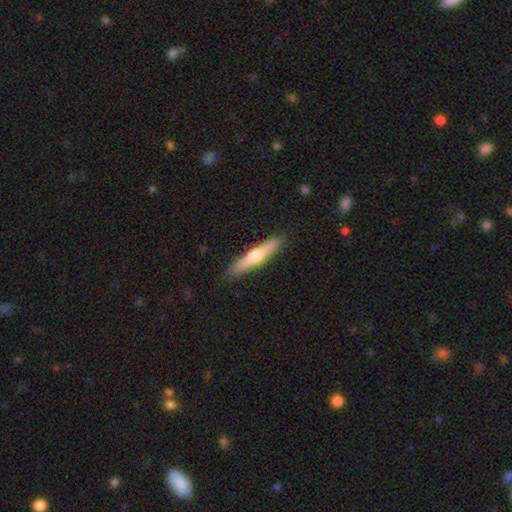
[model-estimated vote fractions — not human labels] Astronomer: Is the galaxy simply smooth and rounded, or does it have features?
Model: smooth — 53% (runner-up: featured or disk, 42%).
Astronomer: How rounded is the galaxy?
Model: cigar-shaped — 89%.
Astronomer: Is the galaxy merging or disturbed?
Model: none — 89%.